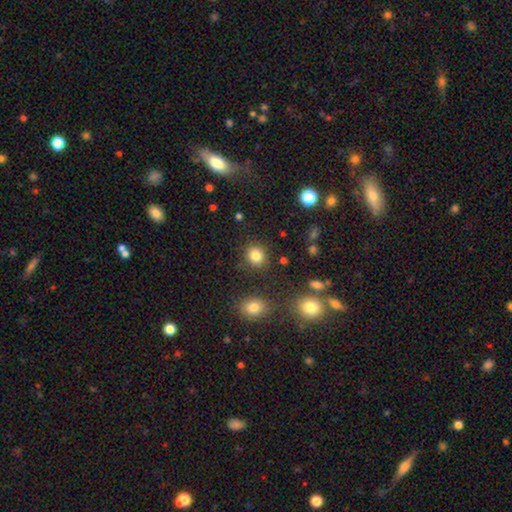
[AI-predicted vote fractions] This appears to be a smooth galaxy with no disk features (83%) that is round (82%). Merging: none (87%).